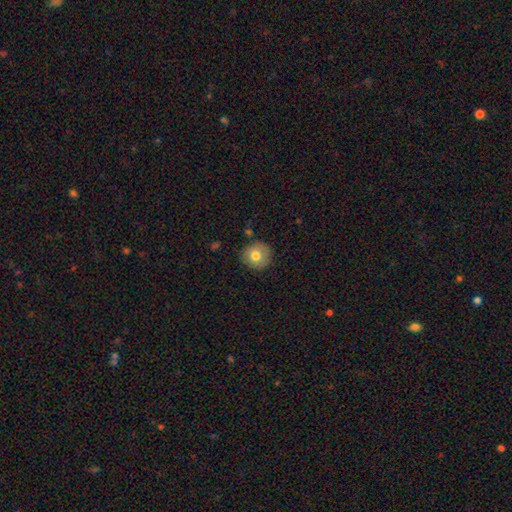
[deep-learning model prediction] smooth_or_featured: smooth (p=0.76) [alt: featured or disk p=0.15]
how_rounded: round (p=0.92) [alt: in between p=0.07]
merging: none (p=0.85) [alt: minor disturbance p=0.10]